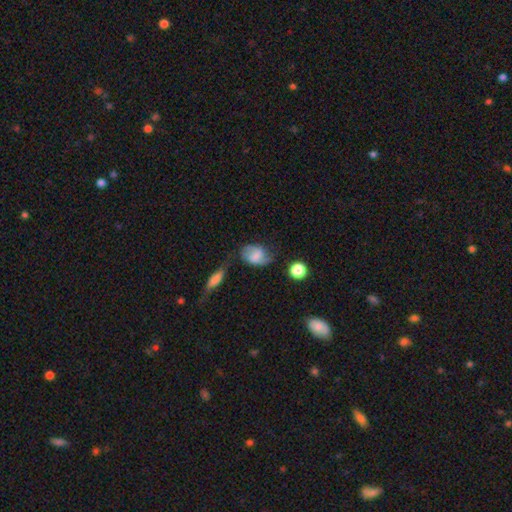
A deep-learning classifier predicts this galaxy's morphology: type=smooth (48%); merging=none (55%).